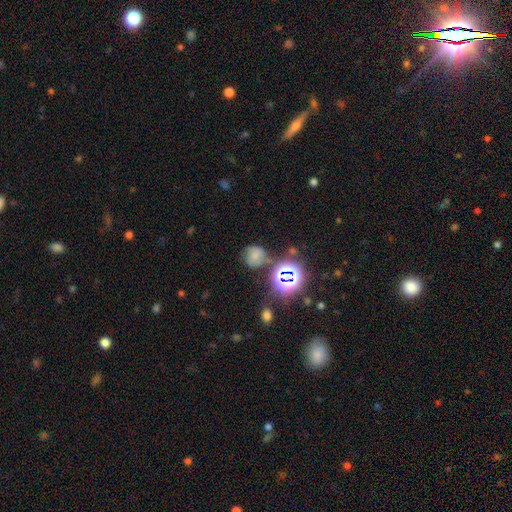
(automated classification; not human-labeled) A smooth galaxy with no disk features (51%) that is round (78%). Merging: none (57%).